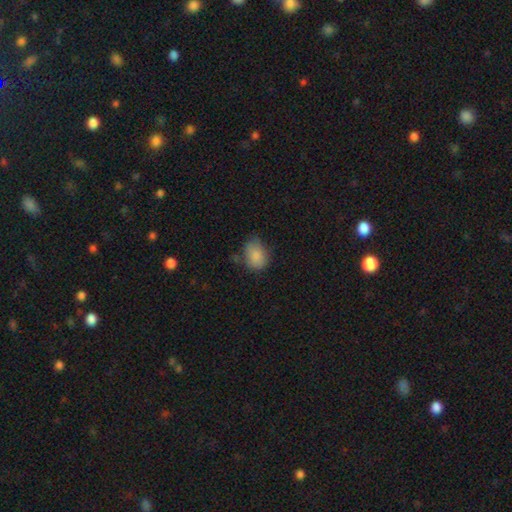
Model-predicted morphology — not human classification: Smooth or featured? smooth (85%)
How rounded? in between (65%)
Merging? none (57%)